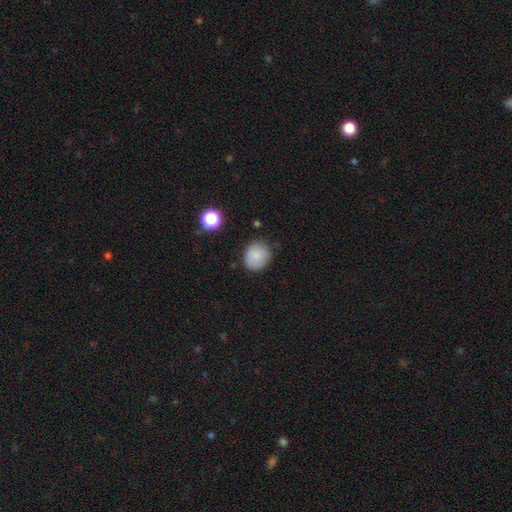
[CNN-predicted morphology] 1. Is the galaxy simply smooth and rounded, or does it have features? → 83% smooth, 10% star or artifact, 8% featured or disk.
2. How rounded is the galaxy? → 69% round, 30% in between, 1% cigar-shaped.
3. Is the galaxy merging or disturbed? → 75% none, 19% minor disturbance, 4% major disturbance, 2% merger.